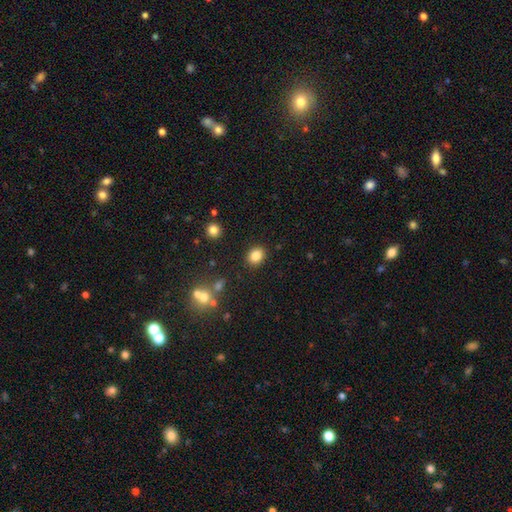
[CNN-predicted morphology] smooth 84%, star or artifact 10%, featured or disk 6%. Down the decision tree: how rounded — round (56%); merging — none (88%).